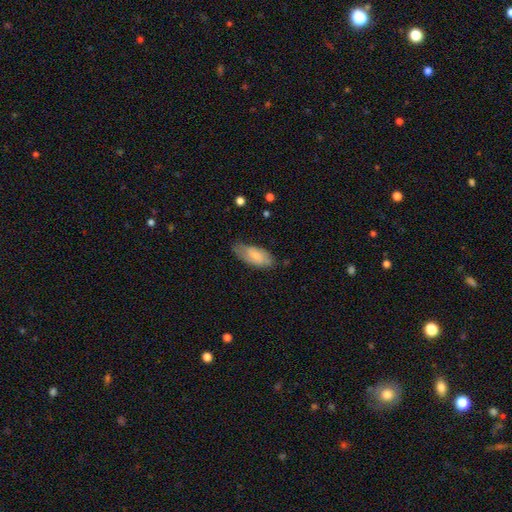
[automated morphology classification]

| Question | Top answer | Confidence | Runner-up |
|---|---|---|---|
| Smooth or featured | smooth | 70% | featured or disk (24%) |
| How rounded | in between | 89% | cigar-shaped (9%) |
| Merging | none | 61% | minor disturbance (30%) |